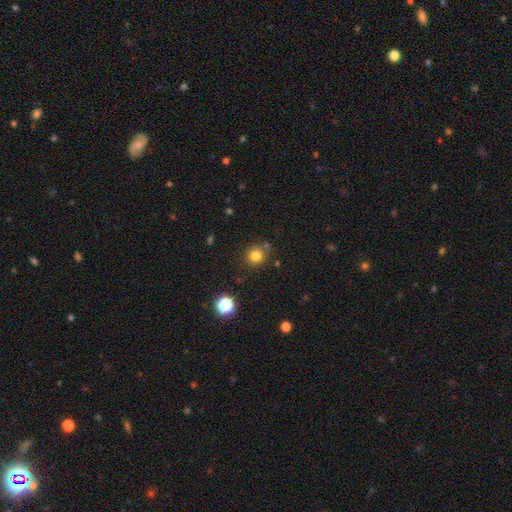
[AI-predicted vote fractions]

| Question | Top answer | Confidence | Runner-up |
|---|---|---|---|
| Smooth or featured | smooth | 80% | star or artifact (14%) |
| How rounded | round | 88% | in between (11%) |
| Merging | none | 82% | minor disturbance (10%) |